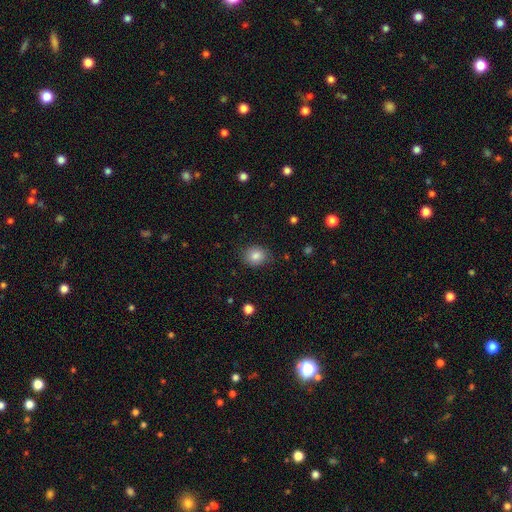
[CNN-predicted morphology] smooth-or-featured: smooth: 84% | star or artifact: 9% | featured or disk: 7%
  how-rounded: round: 60% | in between: 39% | cigar-shaped: 1%
  merging: none: 82% | minor disturbance: 14% | major disturbance: 3% | merger: 1%